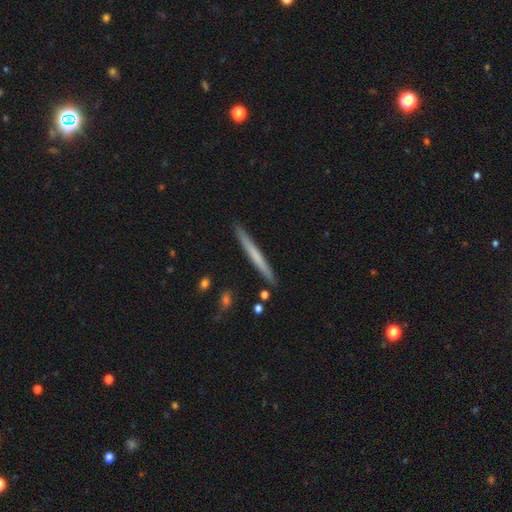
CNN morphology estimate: The model was most divided on "smooth or featured": smooth: 57%, featured or disk: 38%, star or artifact: 5%. More confident: how rounded — cigar-shaped (97%); merging — none (91%).